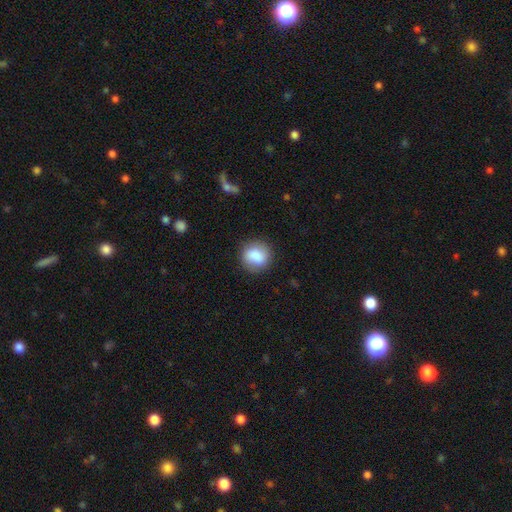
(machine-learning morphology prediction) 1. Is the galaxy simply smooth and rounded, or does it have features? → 85% smooth, 8% featured or disk, 7% star or artifact.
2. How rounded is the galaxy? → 84% round, 15% in between, 1% cigar-shaped.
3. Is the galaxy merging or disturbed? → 83% none, 12% minor disturbance, 4% major disturbance, 1% merger.